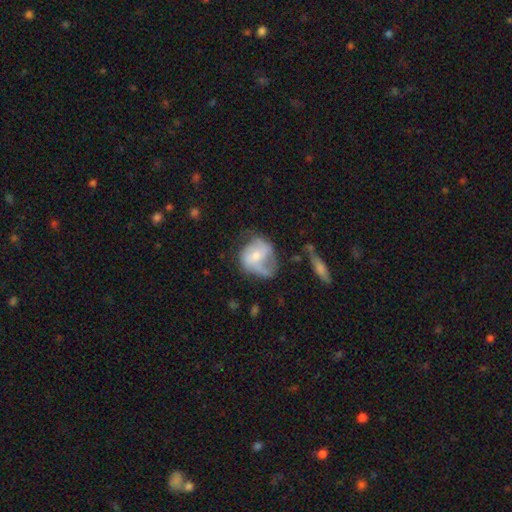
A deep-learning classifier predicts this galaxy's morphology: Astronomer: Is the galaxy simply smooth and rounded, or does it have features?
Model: featured or disk — 50% (runner-up: smooth, 42%).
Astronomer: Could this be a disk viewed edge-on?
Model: no — 96%.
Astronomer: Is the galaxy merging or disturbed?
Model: none — 33% (runner-up: major disturbance, 31%).